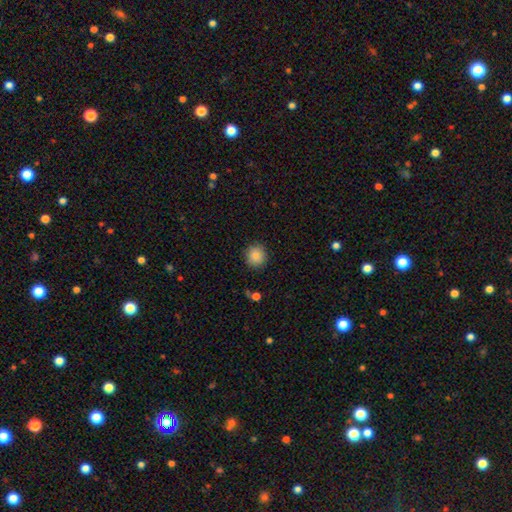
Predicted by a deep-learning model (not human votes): smooth 87%, star or artifact 9%, featured or disk 4%. Down the decision tree: how rounded — round (91%); merging — none (88%).